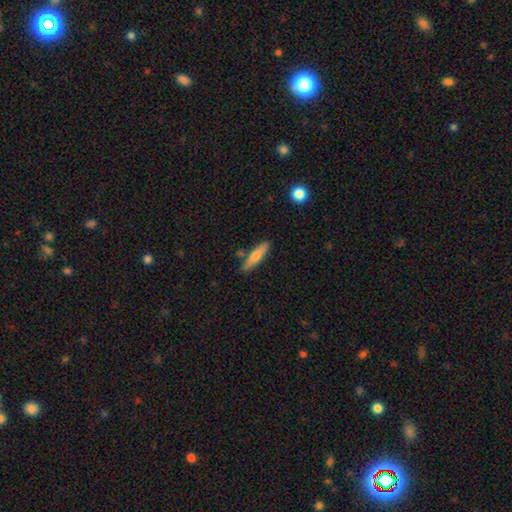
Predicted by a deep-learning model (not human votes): This is likely a smooth galaxy (62%). How rounded: likely cigar-shaped (78%). Merging: clearly none (81%).